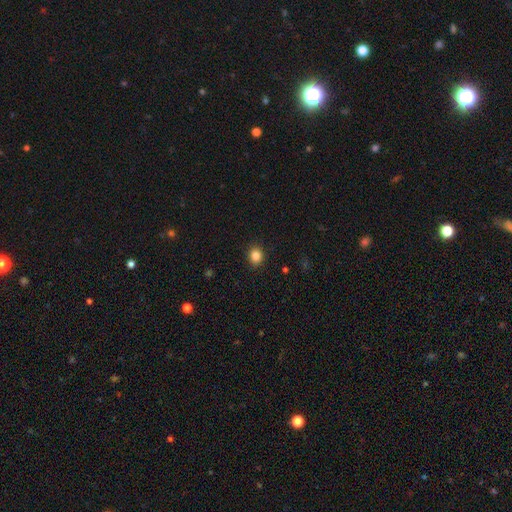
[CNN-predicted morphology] Smooth or featured: smooth — 85% (star or artifact — 11%)
How rounded: round — 70% (in between — 29%)
Merging: none — 90% (minor disturbance — 7%)